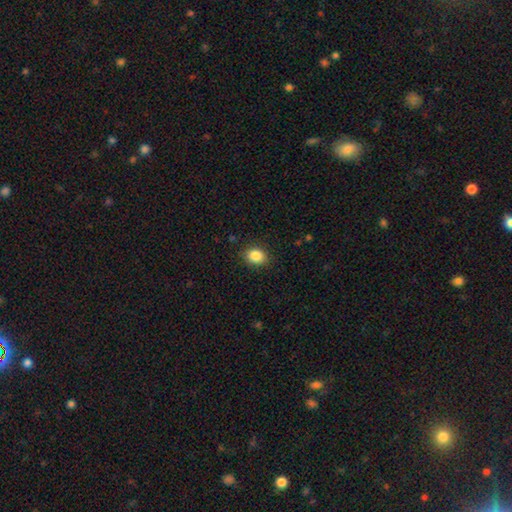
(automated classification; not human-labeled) Smooth or featured?
  - smooth: 86% *
  - star or artifact: 9%
  - featured or disk: 5%
How rounded?
  - in between: 53% *
  - round: 46%
  - cigar-shaped: 1%
Merging?
  - none: 87% *
  - minor disturbance: 9%
  - major disturbance: 3%
  - merger: 1%